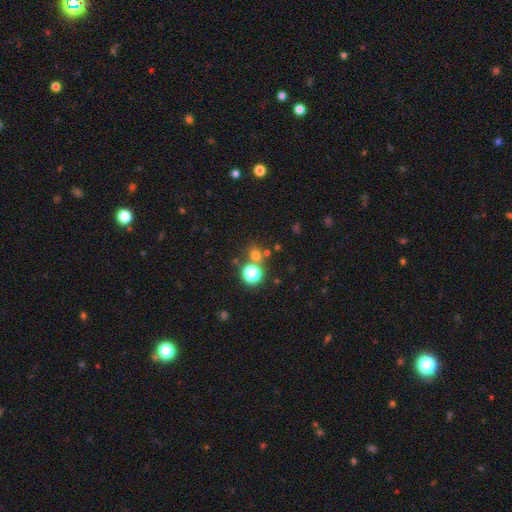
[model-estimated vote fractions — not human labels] A smooth galaxy with no disk features (63%) that is round (83%).

Vote fractions:
- Smooth or featured? smooth: 63% / star or artifact: 29% / featured or disk: 8%
- How rounded? round: 83% / in between: 15% / cigar-shaped: 1%
- Merging? none: 69% / merger: 19% / minor disturbance: 8% / major disturbance: 4%